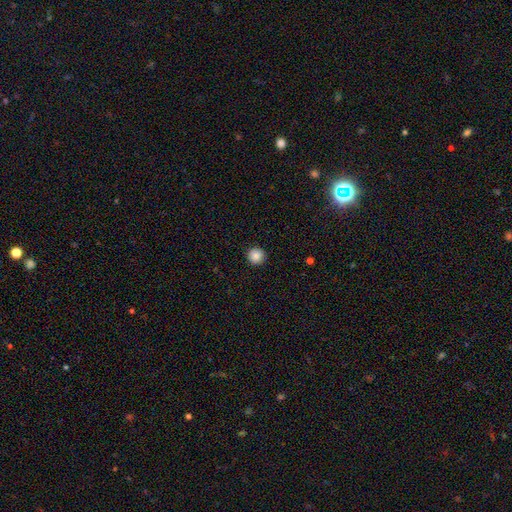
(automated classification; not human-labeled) smooth-or-featured: smooth: 87% | star or artifact: 9% | featured or disk: 4%
  how-rounded: round: 95% | in between: 4% | cigar-shaped: 1%
  merging: none: 92% | minor disturbance: 5% | major disturbance: 2% | merger: 1%